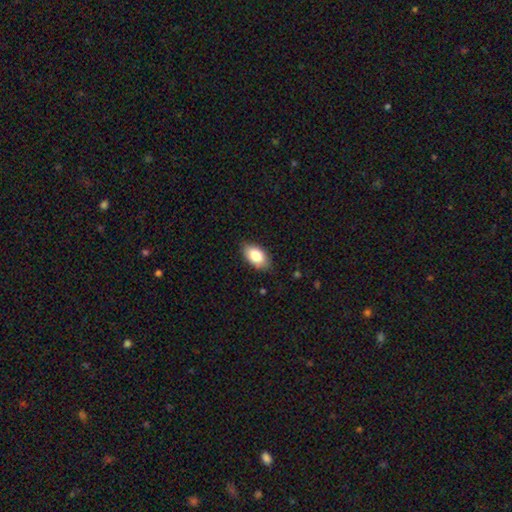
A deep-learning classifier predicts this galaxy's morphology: Smooth or featured? Predicted: smooth (p=0.82). How rounded? Predicted: in between (p=0.93). Merging? Predicted: none (p=0.83).